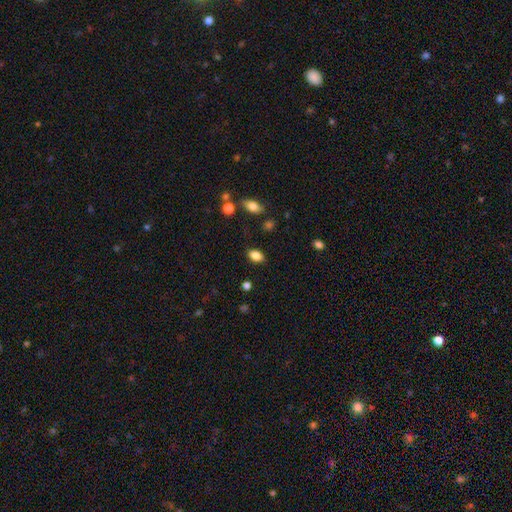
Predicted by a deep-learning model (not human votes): smooth 84%, star or artifact 9%, featured or disk 7%. Down the decision tree: how rounded — in between (87%); merging — none (84%).